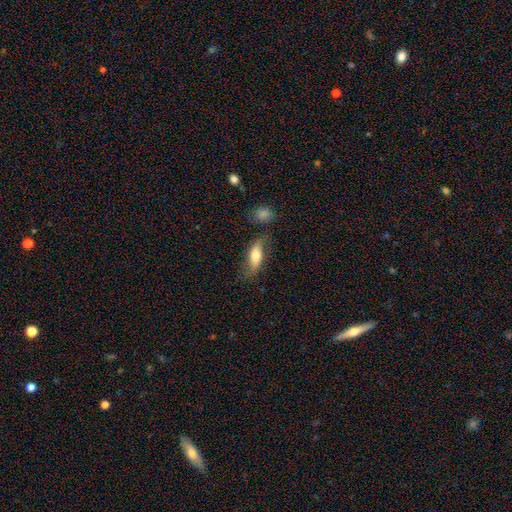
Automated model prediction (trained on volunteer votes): Overall: smooth (61%; featured or disk 32%). How rounded: in between (69%). Merging: none (64%).